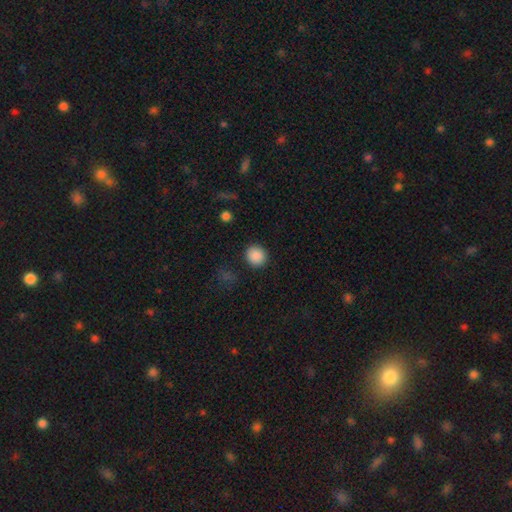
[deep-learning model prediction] Smooth or featured?
  - smooth: 88% *
  - star or artifact: 9%
  - featured or disk: 3%
How rounded?
  - round: 89% *
  - in between: 10%
  - cigar-shaped: 1%
Merging?
  - none: 90% *
  - minor disturbance: 6%
  - major disturbance: 2%
  - merger: 1%